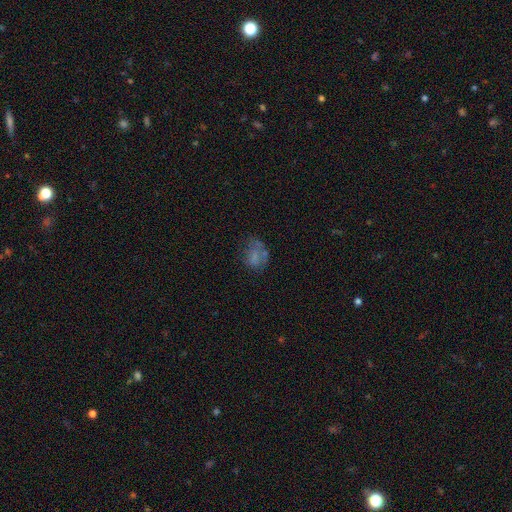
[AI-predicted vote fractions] smooth_or_featured: smooth (p=0.57) [alt: featured or disk p=0.27]
how_rounded: in between (p=0.57) [alt: round p=0.41]
merging: none (p=0.42) [alt: minor disturbance p=0.26]